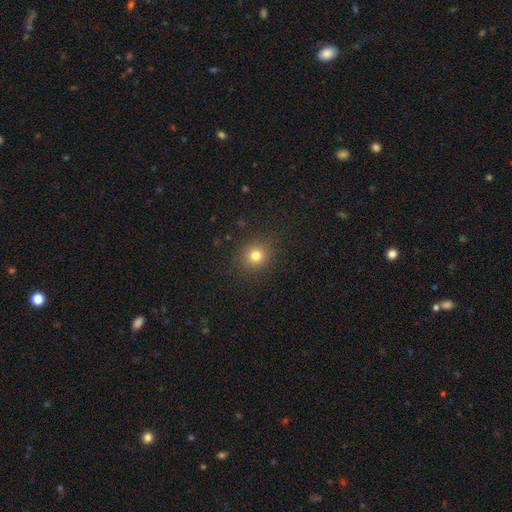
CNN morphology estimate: The model was most divided on "smooth or featured": smooth: 79%, star or artifact: 14%, featured or disk: 7%. More confident: merging — none (88%); how rounded — round (85%).